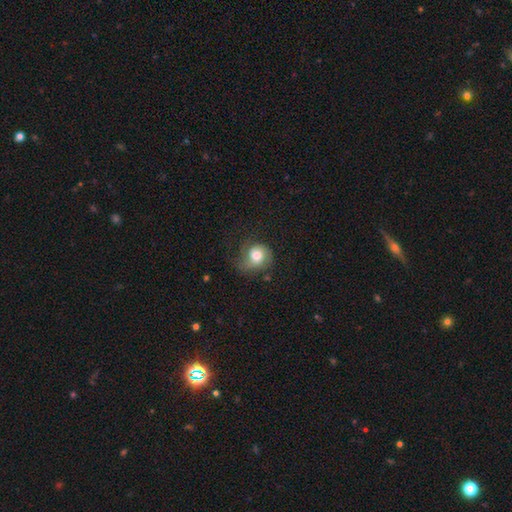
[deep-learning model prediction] Q: Smooth or featured?
A: smooth (57%); runner-up: featured or disk (35%)
Q: How rounded?
A: round (71%); runner-up: in between (28%)
Q: Merging?
A: none (48%); runner-up: minor disturbance (29%)